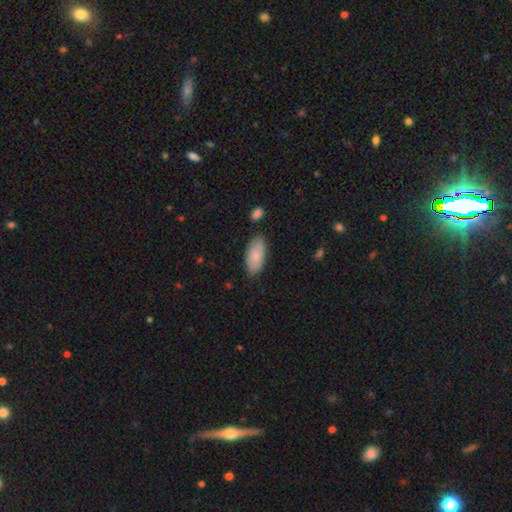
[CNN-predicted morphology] smooth-or-featured: smooth: 84% | featured or disk: 10% | star or artifact: 6%
  how-rounded: in between: 91% | cigar-shaped: 8% | round: 2%
  merging: none: 82% | minor disturbance: 13% | merger: 3% | major disturbance: 3%